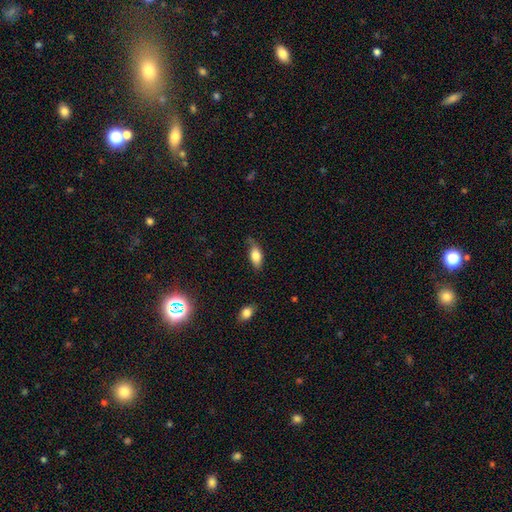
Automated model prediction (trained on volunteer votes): smooth-or-featured: smooth: 82% | featured or disk: 11% | star or artifact: 7%
  how-rounded: in between: 88% | cigar-shaped: 9% | round: 3%
  merging: none: 66% | minor disturbance: 26% | major disturbance: 6% | merger: 2%